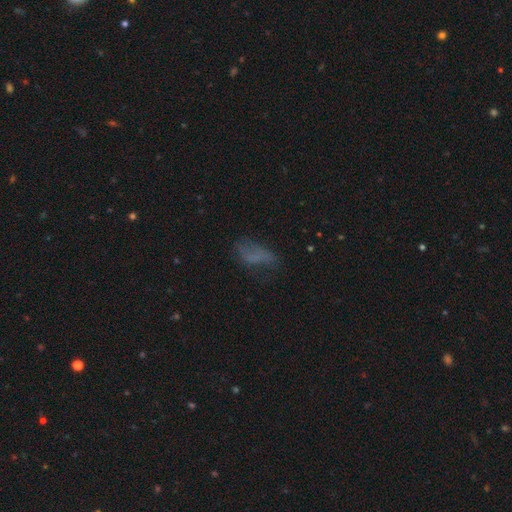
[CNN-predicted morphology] smooth-or-featured: smooth: 53% | featured or disk: 29% | star or artifact: 18%
  how-rounded: in between: 82% | cigar-shaped: 12% | round: 6%
  merging: none: 47% | minor disturbance: 26% | major disturbance: 24% | merger: 3%